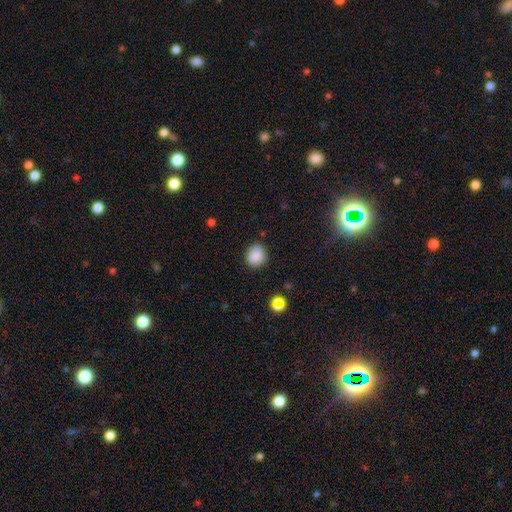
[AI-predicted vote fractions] smooth-or-featured: smooth: 85% | star or artifact: 11% | featured or disk: 4%
  how-rounded: round: 75% | in between: 24% | cigar-shaped: 1%
  merging: none: 83% | minor disturbance: 12% | major disturbance: 3% | merger: 2%